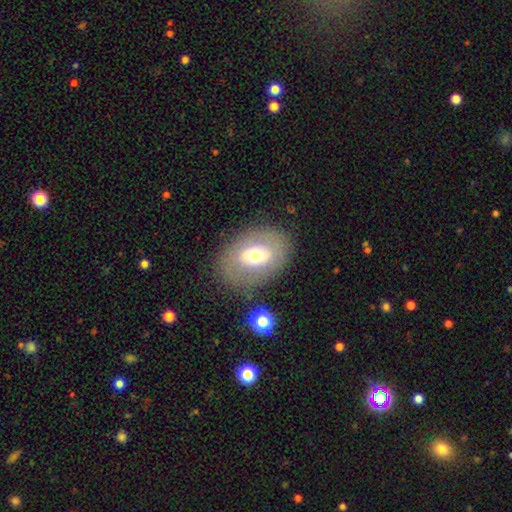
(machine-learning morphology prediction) Q: Smooth or featured?
A: smooth (54%); runner-up: featured or disk (37%)
Q: How rounded?
A: in between (76%); runner-up: round (23%)
Q: Merging?
A: none (79%); runner-up: minor disturbance (13%)